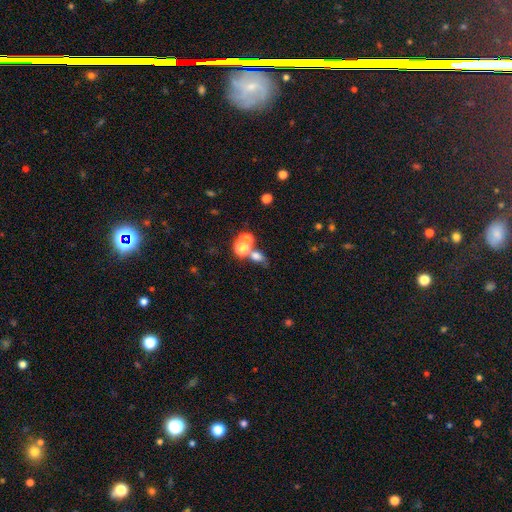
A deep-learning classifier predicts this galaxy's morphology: smooth_or_featured: smooth (p=0.63) [alt: star or artifact p=0.22]
how_rounded: round (p=0.52) [alt: in between p=0.46]
merging: merger (p=0.44) [alt: none p=0.39]